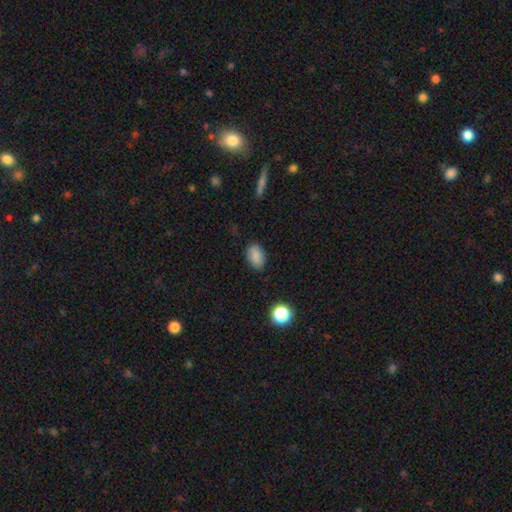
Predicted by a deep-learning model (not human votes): Q: Smooth or featured?
A: smooth (85%); runner-up: star or artifact (9%)
Q: How rounded?
A: in between (89%); runner-up: round (9%)
Q: Merging?
A: none (84%); runner-up: minor disturbance (12%)